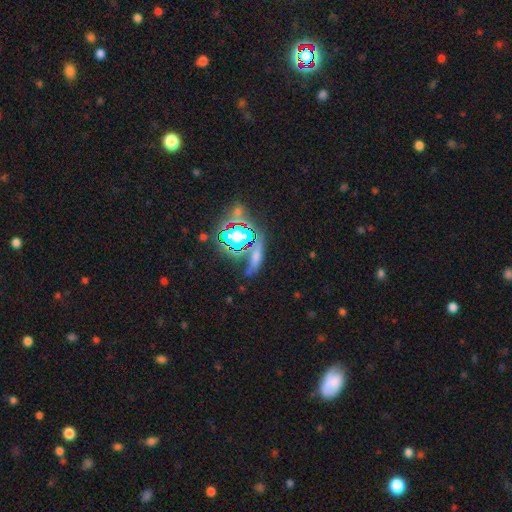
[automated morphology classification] type=smooth (43%); merging=none (63%).